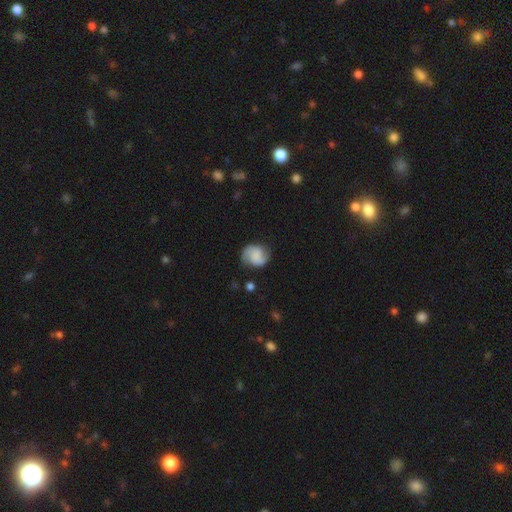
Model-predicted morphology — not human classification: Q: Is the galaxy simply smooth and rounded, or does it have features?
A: featured or disk — 60%.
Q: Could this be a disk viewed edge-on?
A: no — 98%.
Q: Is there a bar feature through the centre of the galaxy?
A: no — 62%.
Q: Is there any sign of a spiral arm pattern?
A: yes — 94%.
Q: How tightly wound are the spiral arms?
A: medium — 44%.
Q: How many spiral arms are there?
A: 2 — 88%.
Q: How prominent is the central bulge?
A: none — 52%.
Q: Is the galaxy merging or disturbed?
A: none — 75%.